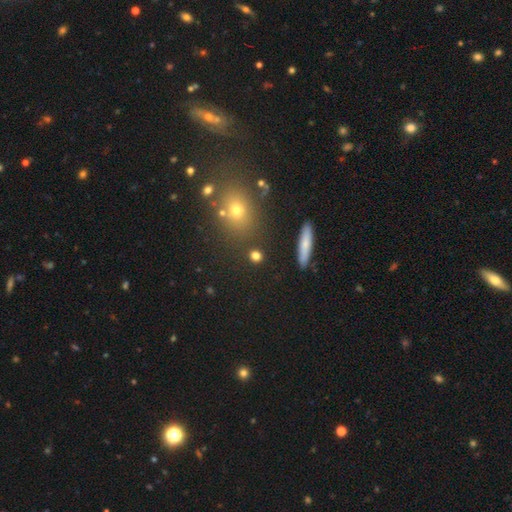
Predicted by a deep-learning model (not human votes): Morphology: type=smooth (76%); roundness=round (74%); merging=none (84%).